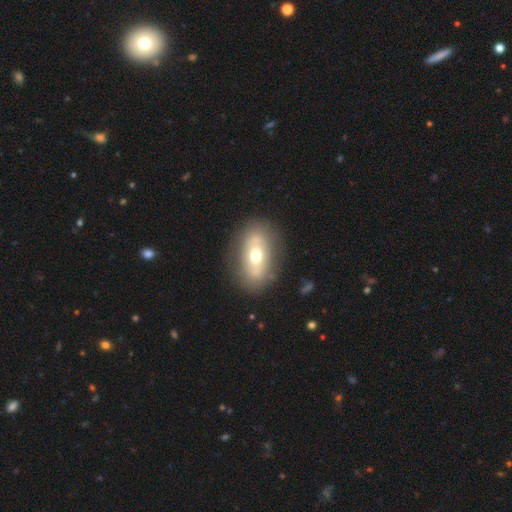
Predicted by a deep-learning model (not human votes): Smooth or featured: smooth — 47% (featured or disk — 46%)
Merging: none — 82% (minor disturbance — 12%)